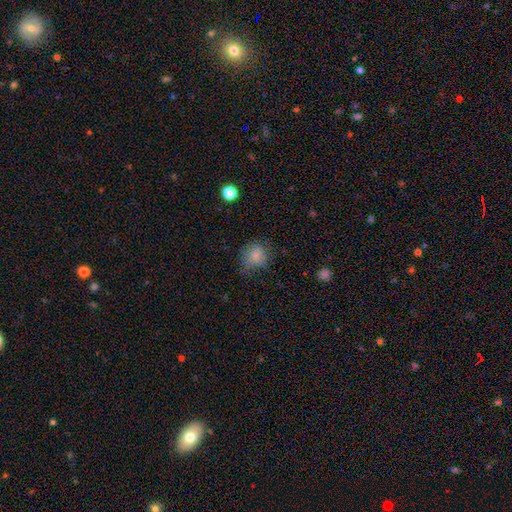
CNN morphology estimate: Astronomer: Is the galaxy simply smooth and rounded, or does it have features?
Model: smooth — 80%.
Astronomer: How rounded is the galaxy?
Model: round — 76%.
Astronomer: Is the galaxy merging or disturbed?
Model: none — 61%.